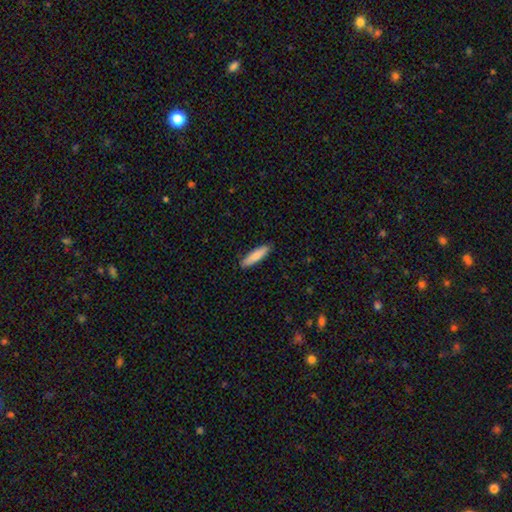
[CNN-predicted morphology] Smooth or featured: smooth — 85% (featured or disk — 10%)
How rounded: cigar-shaped — 76% (in between — 23%)
Merging: none — 89% (minor disturbance — 9%)